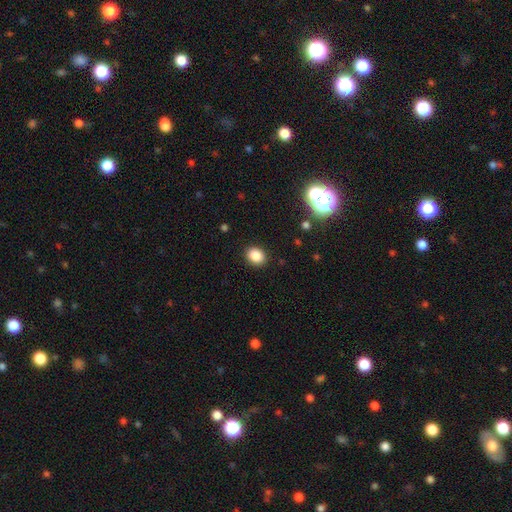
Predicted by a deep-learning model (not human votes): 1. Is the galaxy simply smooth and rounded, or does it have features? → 85% smooth, 11% star or artifact, 4% featured or disk.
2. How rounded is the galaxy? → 52% in between, 47% round, 1% cigar-shaped.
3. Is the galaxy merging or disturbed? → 90% none, 7% minor disturbance, 2% major disturbance, 1% merger.